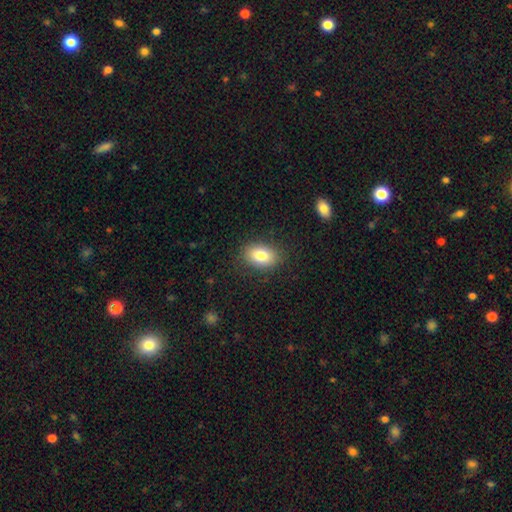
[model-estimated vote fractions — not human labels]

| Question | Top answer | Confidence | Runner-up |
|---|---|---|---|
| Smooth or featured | smooth | 83% | featured or disk (9%) |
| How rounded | in between | 85% | round (13%) |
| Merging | none | 86% | minor disturbance (10%) |